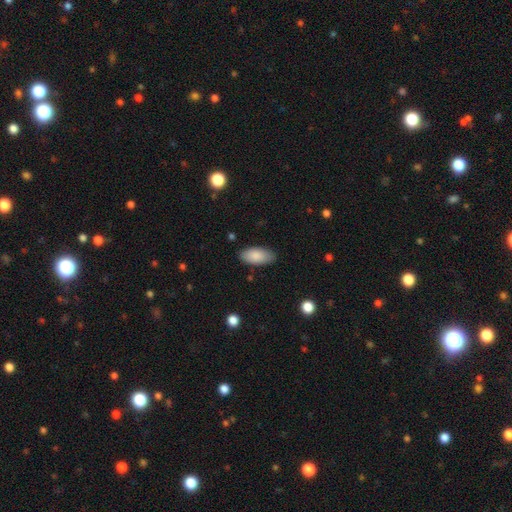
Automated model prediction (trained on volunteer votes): Morphology: type=smooth (86%); roundness=in between (91%); merging=none (84%).